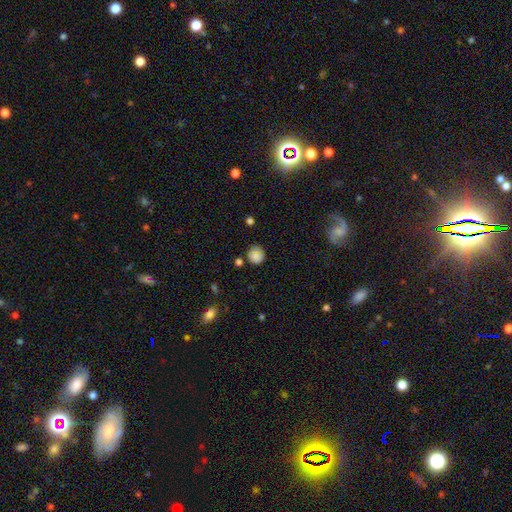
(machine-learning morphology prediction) smooth 82%, star or artifact 10%, featured or disk 8%. Down the decision tree: how rounded — round (83%); merging — none (65%).